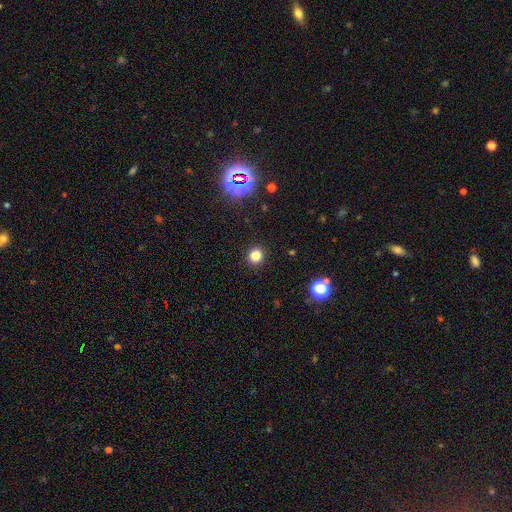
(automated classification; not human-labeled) A smooth galaxy with no disk features (81%) that is round (85%). Merging: none (92%).